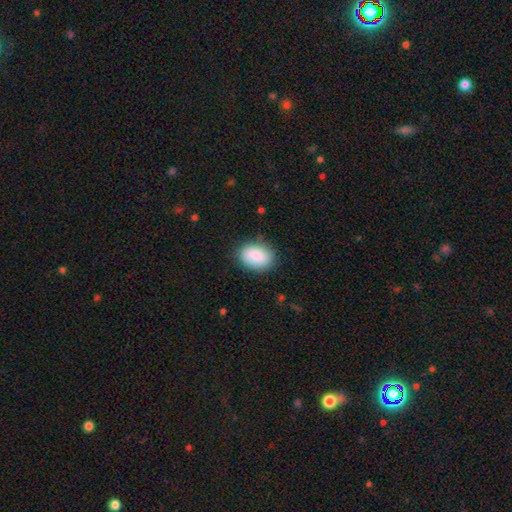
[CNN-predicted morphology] Q: Smooth or featured?
A: smooth (87%); runner-up: star or artifact (7%)
Q: How rounded?
A: in between (79%); runner-up: round (20%)
Q: Merging?
A: none (82%); runner-up: minor disturbance (13%)